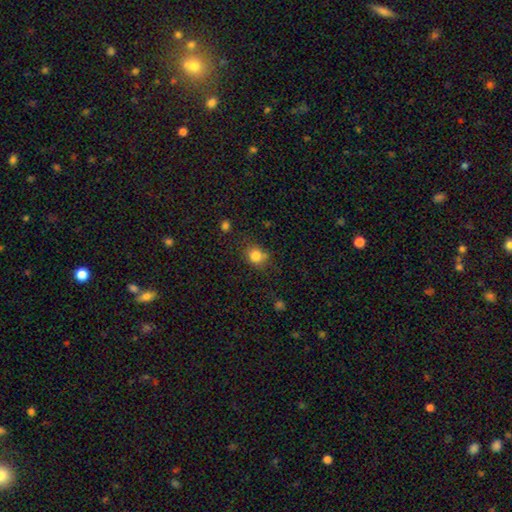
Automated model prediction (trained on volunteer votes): A smooth galaxy with no disk features (82%) that is round (74%). Merging: none (69%).